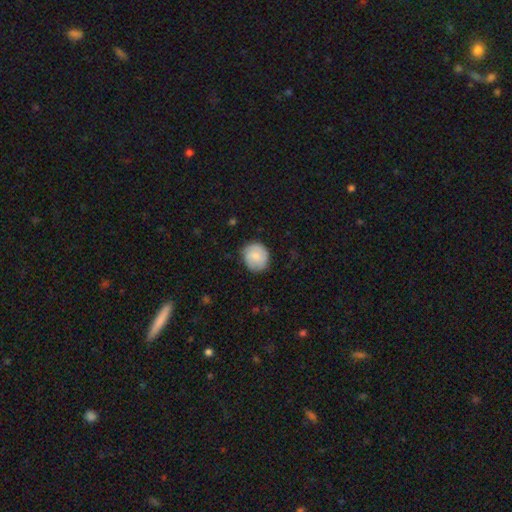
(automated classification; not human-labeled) Smooth or featured? Predicted: smooth (p=0.77). How rounded? Predicted: round (p=0.84). Merging? Predicted: none (p=0.81).